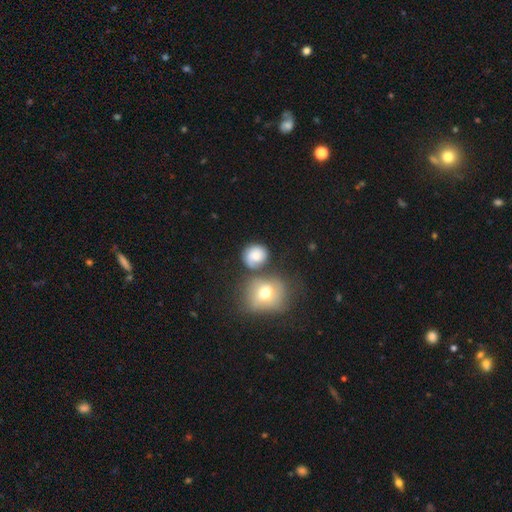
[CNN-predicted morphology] Smooth or featured? smooth (67%)
How rounded? round (79%)
Merging? none (57%)